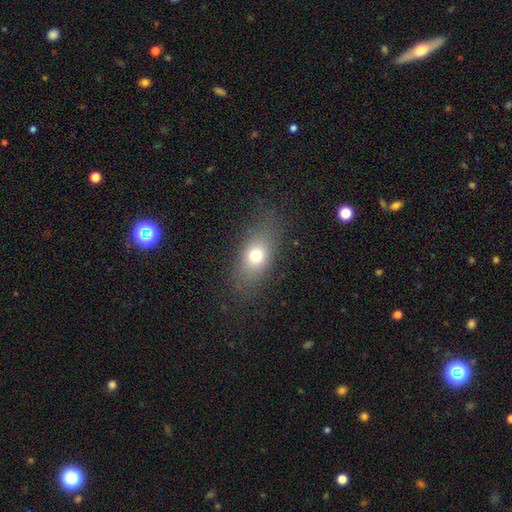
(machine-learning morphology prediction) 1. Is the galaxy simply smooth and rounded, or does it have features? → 72% smooth, 16% featured or disk, 12% star or artifact.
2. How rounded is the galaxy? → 75% in between, 18% round, 7% cigar-shaped.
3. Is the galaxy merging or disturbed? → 78% none, 14% minor disturbance, 7% major disturbance, 1% merger.